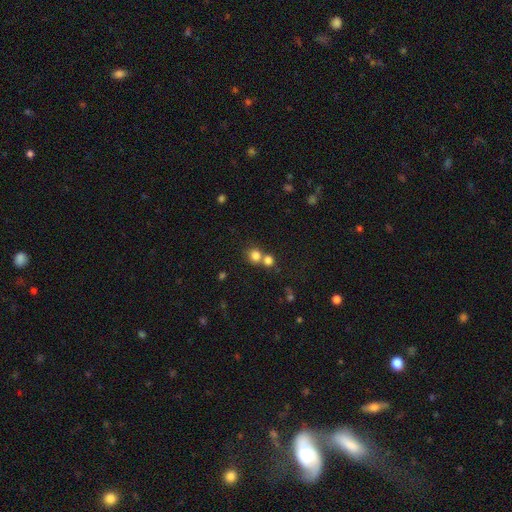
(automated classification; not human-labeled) Q: Smooth or featured?
A: smooth (79%); runner-up: star or artifact (13%)
Q: How rounded?
A: round (82%); runner-up: in between (17%)
Q: Merging?
A: none (48%); runner-up: merger (42%)